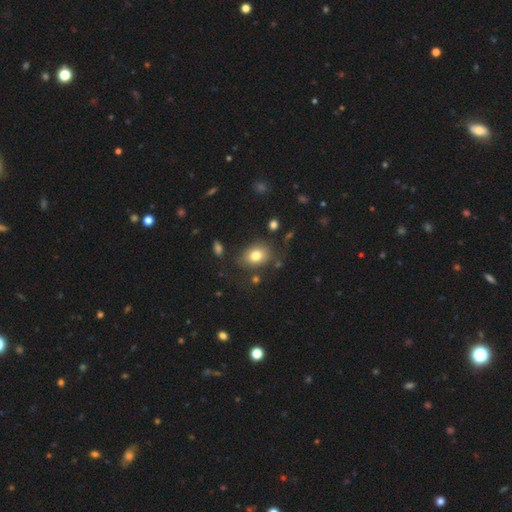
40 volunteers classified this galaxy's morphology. A smooth galaxy with no disk features (88%) that is in between round and cigar-shaped (60%).

Vote fractions:
- Smooth or featured? smooth: 88% / featured or disk: 8% / star or artifact: 5%
- How rounded? in between: 60% / round: 40% / cigar-shaped: 0%
- Merging? none: 74% / minor disturbance: 18% / major disturbance: 5% / merger: 3%